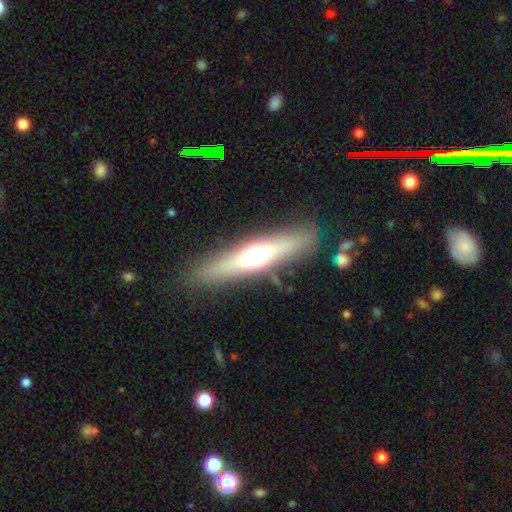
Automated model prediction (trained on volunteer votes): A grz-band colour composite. It shows a featured or disk galaxy (63%) viewed edge-on (90%) with a rounded central bulge (93%). Merging: none (86%).